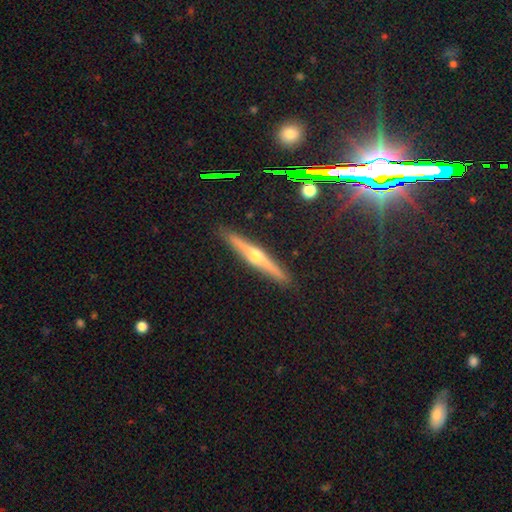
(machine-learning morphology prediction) This is likely a featured or disk galaxy (72%). It is clearly viewed edge-on (98%). Edge-on bulge: clearly rounded (93%). Merging: clearly none (91%).